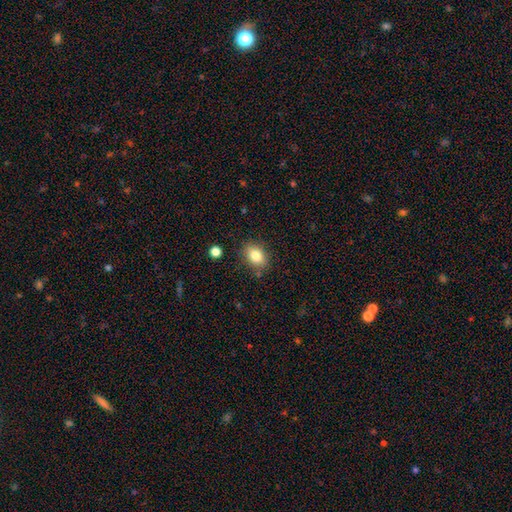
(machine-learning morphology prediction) This is clearly a smooth galaxy (82%). How rounded: likely in between (75%). Merging: clearly none (82%).